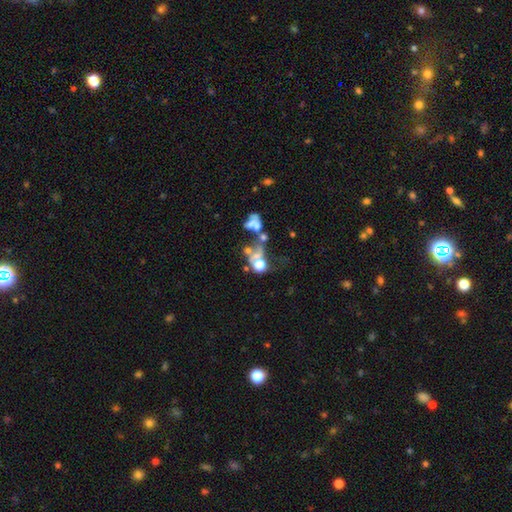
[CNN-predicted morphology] This appears to be a smooth galaxy with no disk features (39%). Merging: merger (47%).